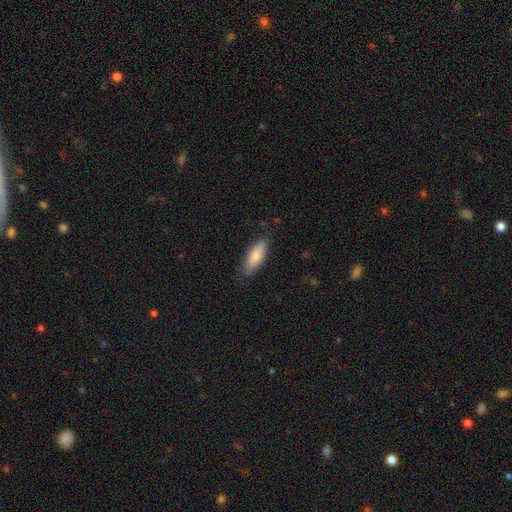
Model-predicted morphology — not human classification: type=smooth (81%); roundness=in between (72%); merging=none (80%).